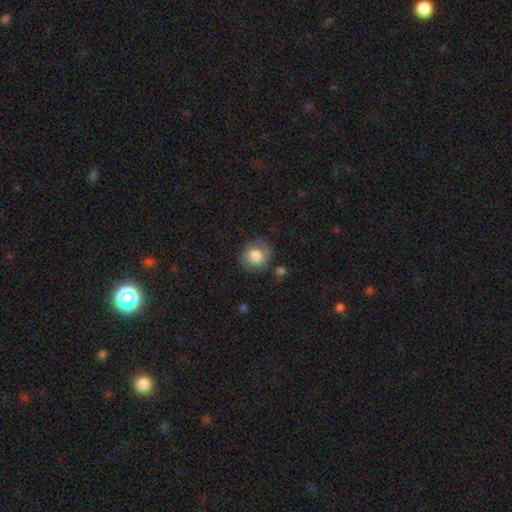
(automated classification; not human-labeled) Smooth or featured?
  - smooth: 68% *
  - featured or disk: 25%
  - star or artifact: 8%
How rounded?
  - round: 79% *
  - in between: 20%
  - cigar-shaped: 1%
Merging?
  - none: 70% *
  - minor disturbance: 19%
  - major disturbance: 7%
  - merger: 4%